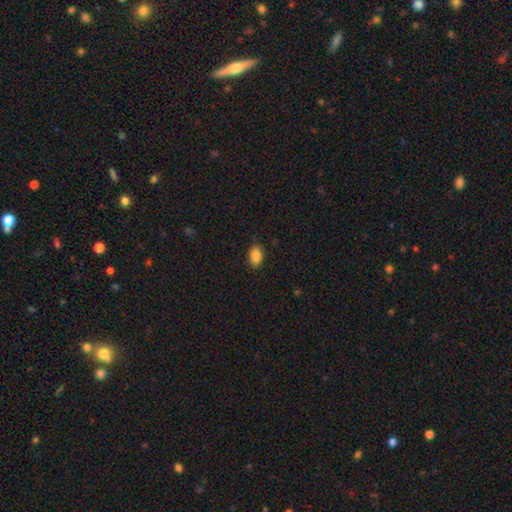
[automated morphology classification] smooth-or-featured: smooth: 86% | star or artifact: 8% | featured or disk: 6%
  how-rounded: in between: 88% | round: 10% | cigar-shaped: 2%
  merging: none: 86% | minor disturbance: 11% | major disturbance: 2% | merger: 1%